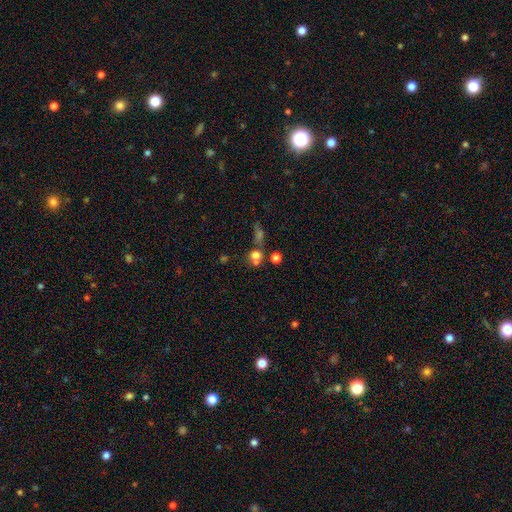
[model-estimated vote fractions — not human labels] Overall: smooth (64%). How rounded: round (78%). Merging: merger (43%; none 41%).